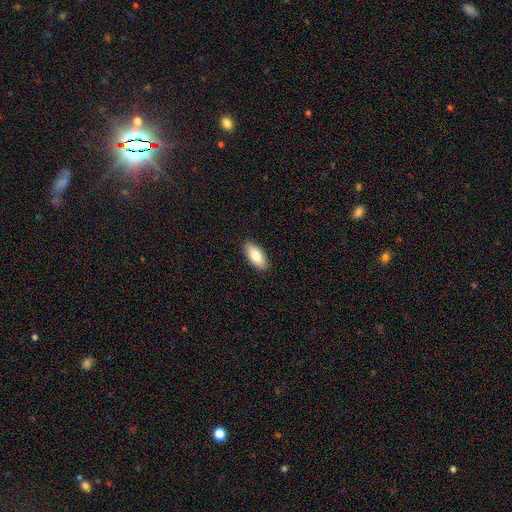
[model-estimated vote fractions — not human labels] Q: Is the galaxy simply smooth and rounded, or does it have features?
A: smooth — 81%.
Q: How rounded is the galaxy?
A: in between — 89%.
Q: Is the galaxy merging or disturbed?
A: none — 90%.